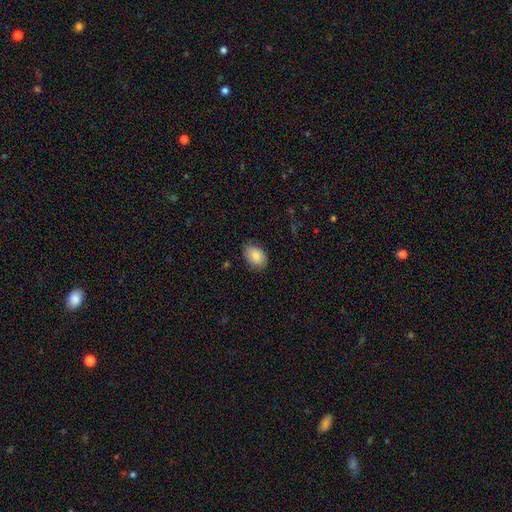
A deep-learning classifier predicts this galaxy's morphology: A smooth galaxy with no disk features (84%) that is in between round and cigar-shaped (80%).

Vote fractions:
- Smooth or featured? smooth: 84% / featured or disk: 9% / star or artifact: 7%
- How rounded? in between: 80% / round: 19% / cigar-shaped: 1%
- Merging? none: 79% / minor disturbance: 17% / major disturbance: 3% / merger: 1%